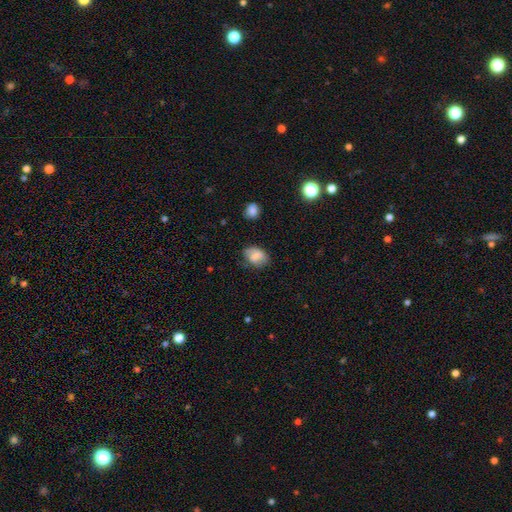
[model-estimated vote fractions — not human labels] Smooth or featured? Predicted: smooth (p=0.71). How rounded? Predicted: in between (p=0.73). Merging? Predicted: none (p=0.63).